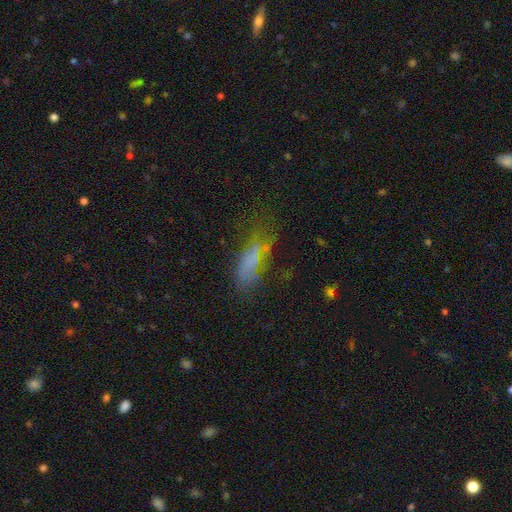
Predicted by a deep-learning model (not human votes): Smooth or featured? Predicted: smooth (p=0.55). How rounded? Predicted: in between (p=0.53). Merging? Predicted: none (p=0.52).